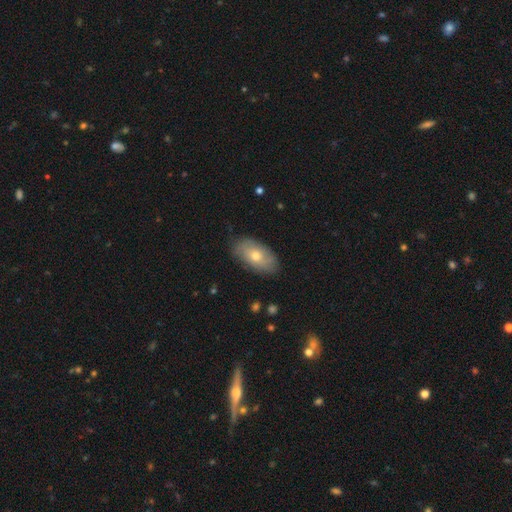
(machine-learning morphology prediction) Smooth or featured? Predicted: smooth (p=0.58). How rounded? Predicted: in between (p=0.92). Merging? Predicted: none (p=0.80).